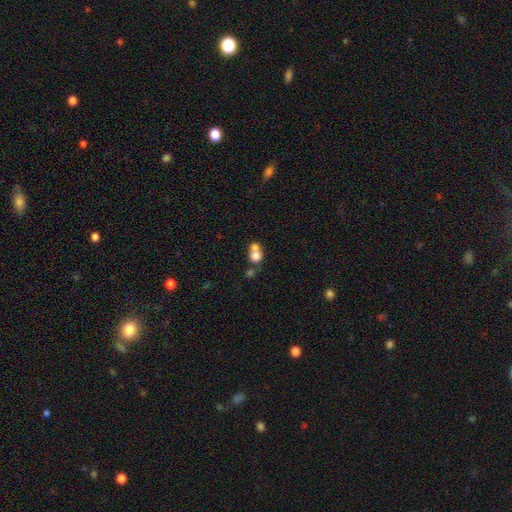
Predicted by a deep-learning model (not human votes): smooth-or-featured: smooth: 74% | featured or disk: 16% | star or artifact: 10%
  how-rounded: round: 70% | in between: 28% | cigar-shaped: 1%
  merging: merger: 64% | none: 26% | minor disturbance: 6% | major disturbance: 4%